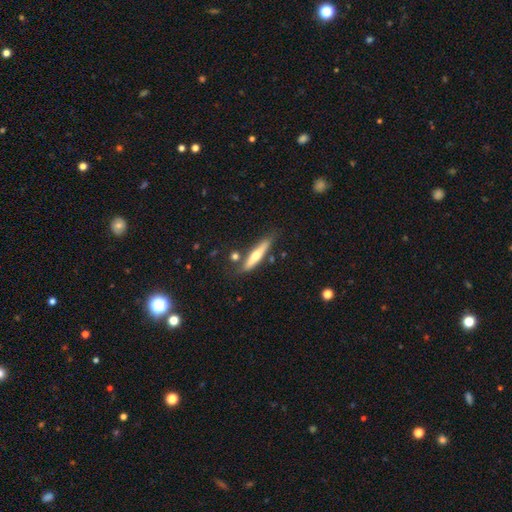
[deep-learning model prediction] Smooth or featured? smooth (48%)
Merging? none (76%)